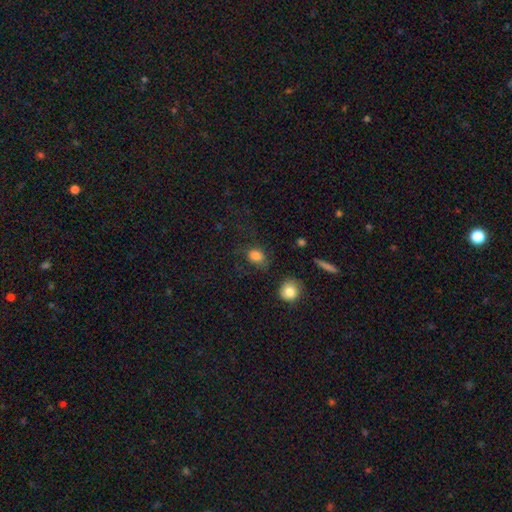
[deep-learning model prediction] Smooth or featured?
  - smooth: 83% *
  - star or artifact: 11%
  - featured or disk: 6%
How rounded?
  - in between: 52% *
  - round: 46%
  - cigar-shaped: 2%
Merging?
  - none: 58% *
  - minor disturbance: 22%
  - major disturbance: 15%
  - merger: 4%